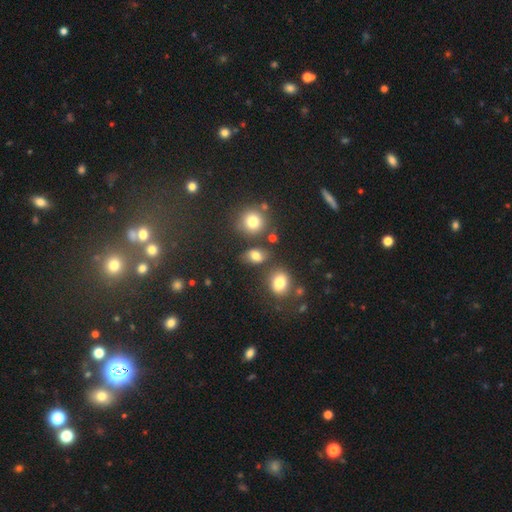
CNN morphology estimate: This is likely a smooth galaxy (77%). How rounded: likely in between (67%). Merging: likely none (72%).